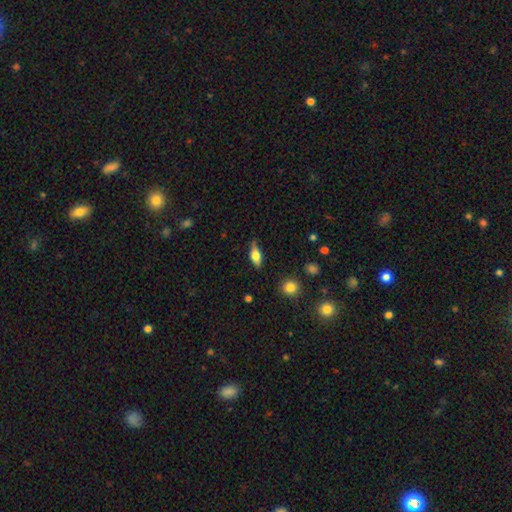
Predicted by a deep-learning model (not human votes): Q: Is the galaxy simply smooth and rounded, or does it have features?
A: smooth — 48%.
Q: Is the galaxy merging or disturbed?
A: none — 79%.